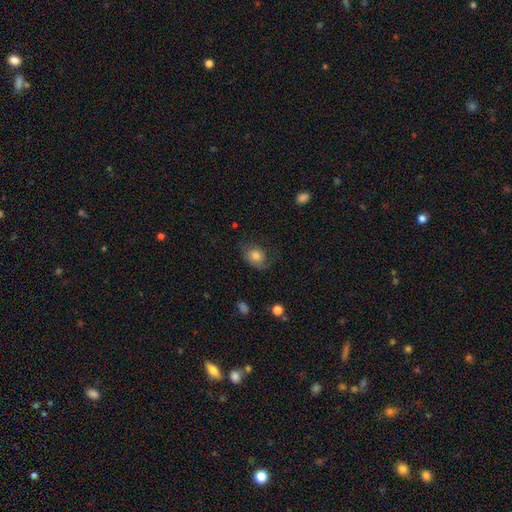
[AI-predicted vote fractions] Morphology: type=smooth (67%); roundness=in between (60%); merging=none (56%).